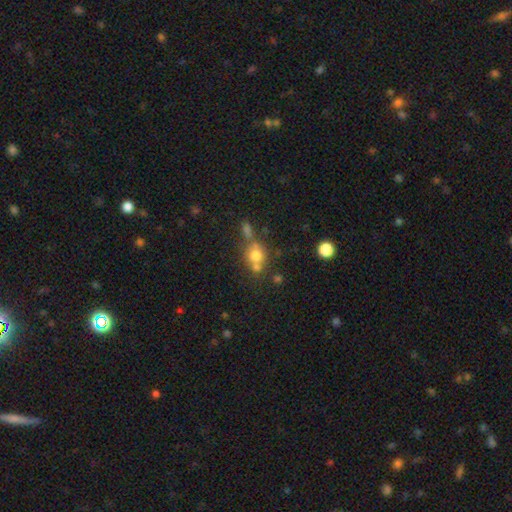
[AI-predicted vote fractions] Smooth or featured? Predicted: smooth (p=0.70). How rounded? Predicted: round (p=0.74). Merging? Predicted: none (p=0.44).